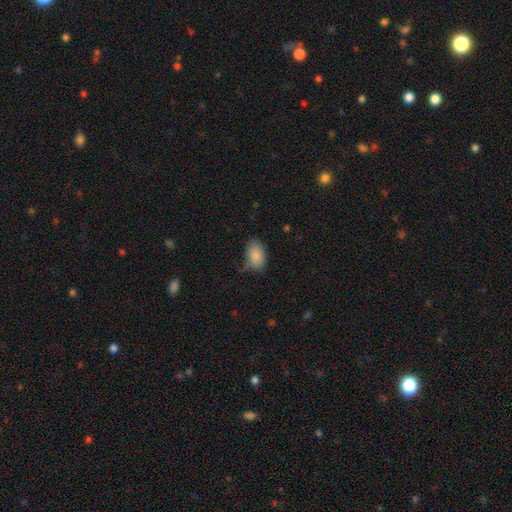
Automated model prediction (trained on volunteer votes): smooth-or-featured: smooth: 87% | star or artifact: 7% | featured or disk: 6%
  how-rounded: in between: 91% | round: 8% | cigar-shaped: 1%
  merging: none: 63% | minor disturbance: 27% | major disturbance: 7% | merger: 3%